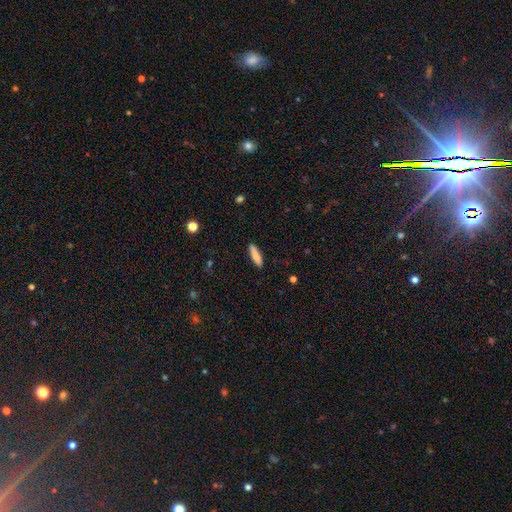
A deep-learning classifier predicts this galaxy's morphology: Q: Smooth or featured?
A: smooth (80%); runner-up: featured or disk (14%)
Q: How rounded?
A: cigar-shaped (70%); runner-up: in between (28%)
Q: Merging?
A: none (88%); runner-up: minor disturbance (9%)